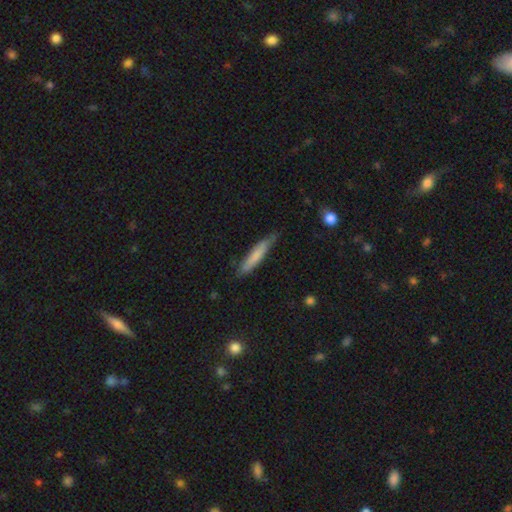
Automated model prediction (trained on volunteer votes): A smooth galaxy with no disk features (72%) that is cigar-shaped (91%).

Vote fractions:
- Smooth or featured? smooth: 72% / featured or disk: 22% / star or artifact: 6%
- How rounded? cigar-shaped: 91% / in between: 8% / round: 1%
- Merging? none: 74% / minor disturbance: 21% / major disturbance: 3% / merger: 2%